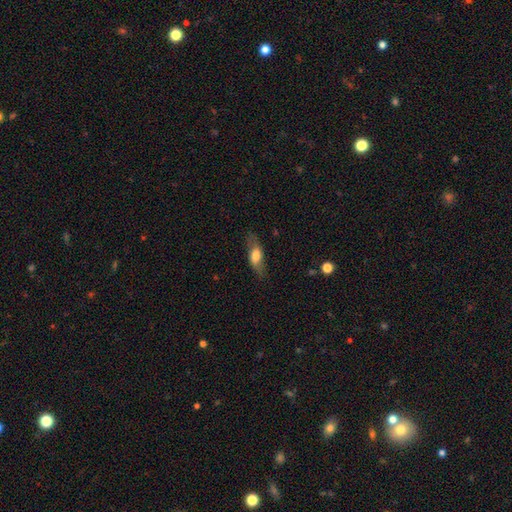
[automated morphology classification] smooth_or_featured: smooth (p=0.57) [alt: featured or disk p=0.36]
how_rounded: in between (p=0.67) [alt: cigar-shaped p=0.29]
merging: none (p=0.74) [alt: minor disturbance p=0.18]